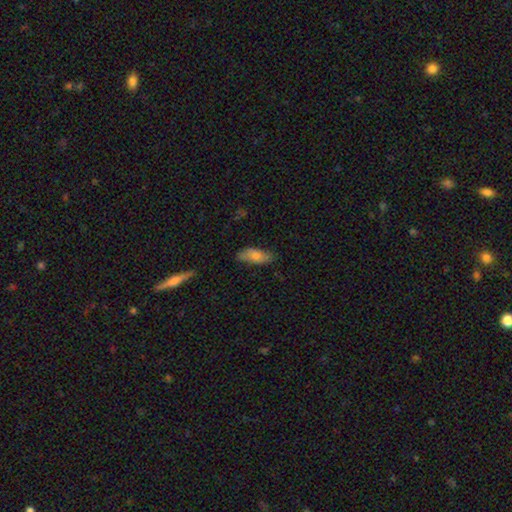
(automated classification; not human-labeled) This appears to be a smooth galaxy with no disk features (71%) that is in between round and cigar-shaped (74%). Merging: none (77%).